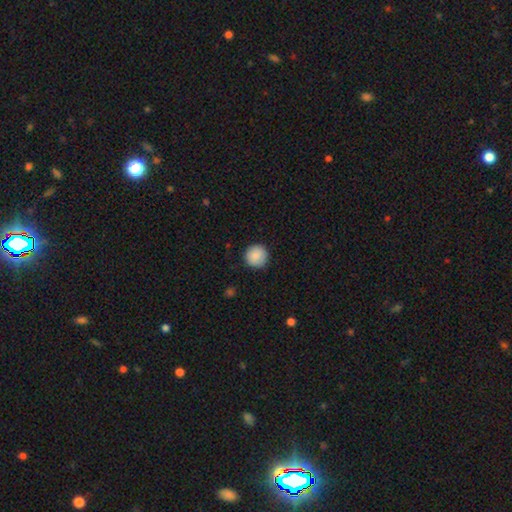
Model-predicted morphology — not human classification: Smooth or featured: smooth — 89% (star or artifact — 7%)
How rounded: round — 95% (in between — 4%)
Merging: none — 90% (minor disturbance — 8%)